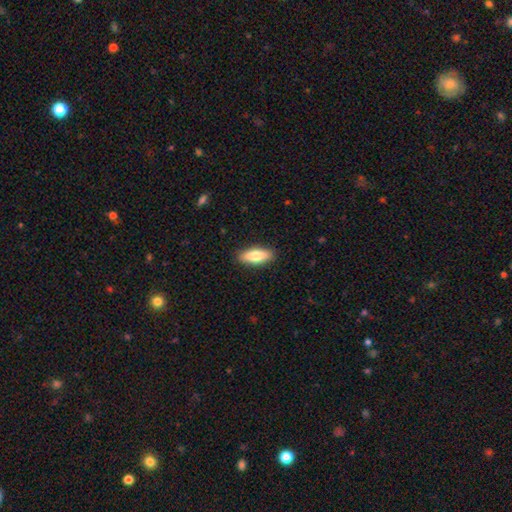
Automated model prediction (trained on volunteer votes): Smooth or featured?
  - smooth: 75% *
  - featured or disk: 19%
  - star or artifact: 6%
How rounded?
  - in between: 64% *
  - cigar-shaped: 34%
  - round: 2%
Merging?
  - none: 89% *
  - minor disturbance: 8%
  - major disturbance: 2%
  - merger: 1%